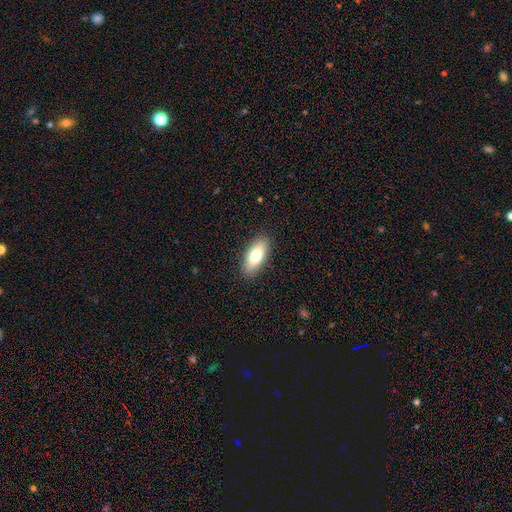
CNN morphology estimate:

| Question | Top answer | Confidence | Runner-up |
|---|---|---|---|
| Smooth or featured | smooth | 75% | featured or disk (18%) |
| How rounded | in between | 83% | cigar-shaped (14%) |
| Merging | none | 89% | minor disturbance (8%) |